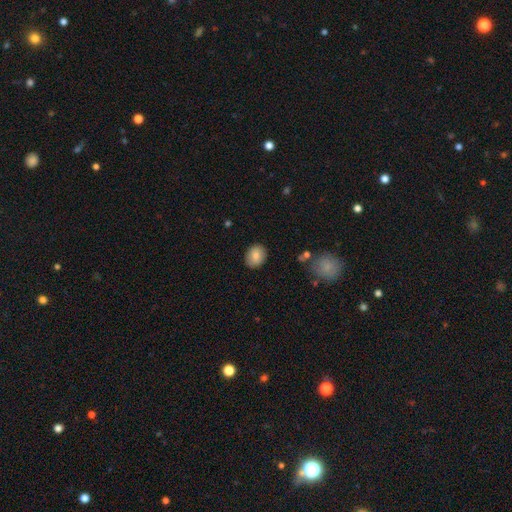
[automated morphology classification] smooth-or-featured: smooth: 83% | featured or disk: 9% | star or artifact: 8%
  how-rounded: round: 54% | in between: 45% | cigar-shaped: 1%
  merging: none: 87% | minor disturbance: 9% | major disturbance: 2% | merger: 1%